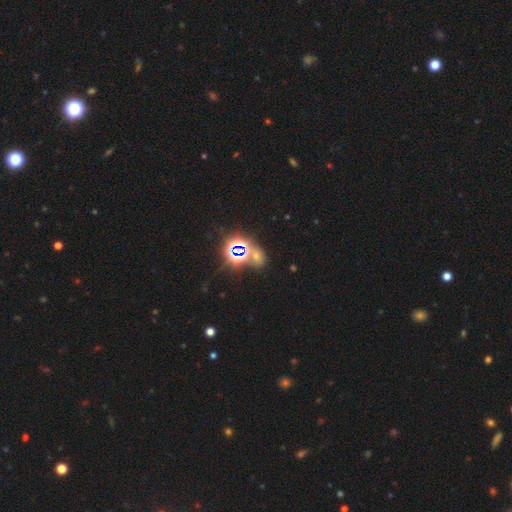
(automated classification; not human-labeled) A star or artifact, not a galaxy (70%).